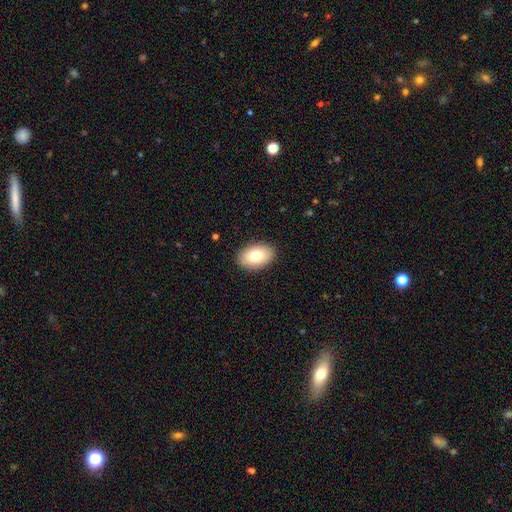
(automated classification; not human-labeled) Smooth or featured?
  - smooth: 79% *
  - featured or disk: 14%
  - star or artifact: 8%
How rounded?
  - in between: 89% *
  - round: 10%
  - cigar-shaped: 1%
Merging?
  - none: 89% *
  - minor disturbance: 8%
  - major disturbance: 2%
  - merger: 1%